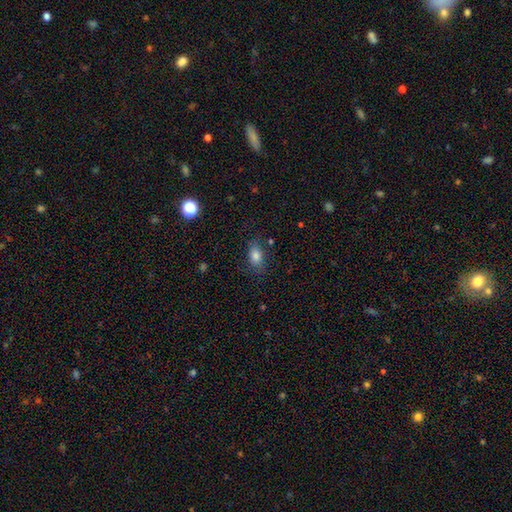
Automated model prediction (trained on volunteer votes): The model was most divided on "merging": none: 78%, minor disturbance: 16%, major disturbance: 5%, merger: 2%. More confident: how rounded — in between (83%); smooth or featured — smooth (81%).